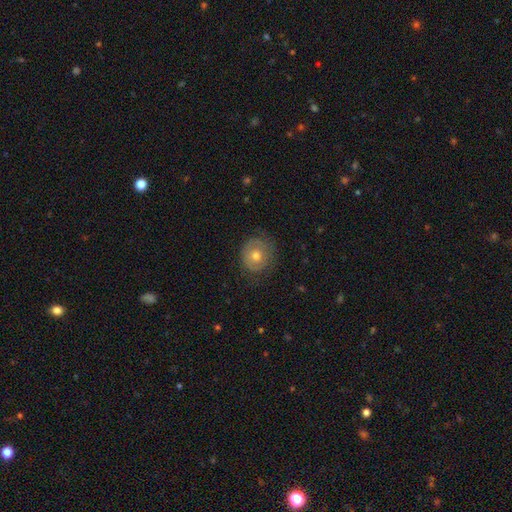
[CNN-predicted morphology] Smooth or featured? Predicted: smooth (p=0.58). How rounded? Predicted: round (p=0.82). Merging? Predicted: none (p=0.72).